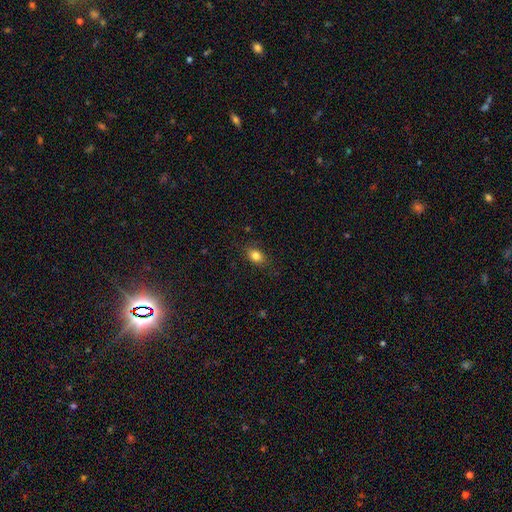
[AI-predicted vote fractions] Smooth or featured?
  - smooth: 83% *
  - star or artifact: 10%
  - featured or disk: 7%
How rounded?
  - in between: 70% *
  - round: 29%
  - cigar-shaped: 2%
Merging?
  - none: 83% *
  - minor disturbance: 13%
  - major disturbance: 3%
  - merger: 1%